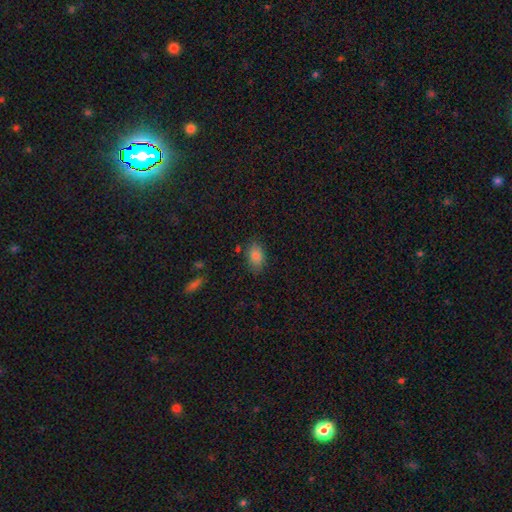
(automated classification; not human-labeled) smooth 85%, star or artifact 9%, featured or disk 6%. Down the decision tree: how rounded — in between (85%); merging — none (78%).